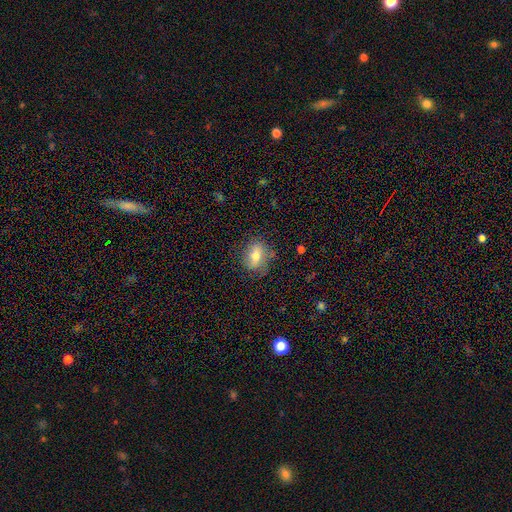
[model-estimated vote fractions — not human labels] smooth-or-featured: smooth: 69% | featured or disk: 22% | star or artifact: 9%
  how-rounded: in between: 74% | round: 22% | cigar-shaped: 4%
  merging: none: 74% | minor disturbance: 19% | major disturbance: 5% | merger: 2%